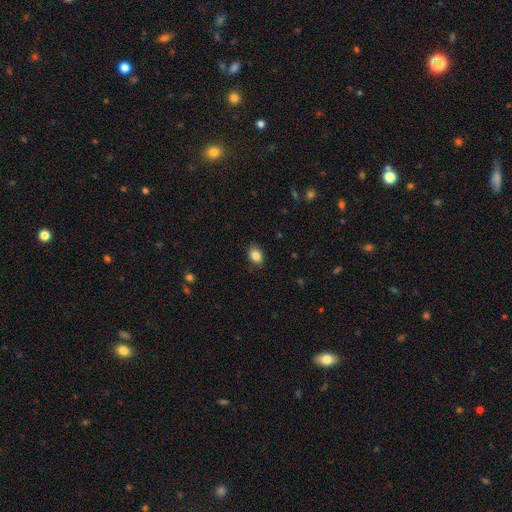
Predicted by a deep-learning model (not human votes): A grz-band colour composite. It shows a smooth galaxy with no disk features (86%) that is in between round and cigar-shaped (72%). Merging: none (84%).